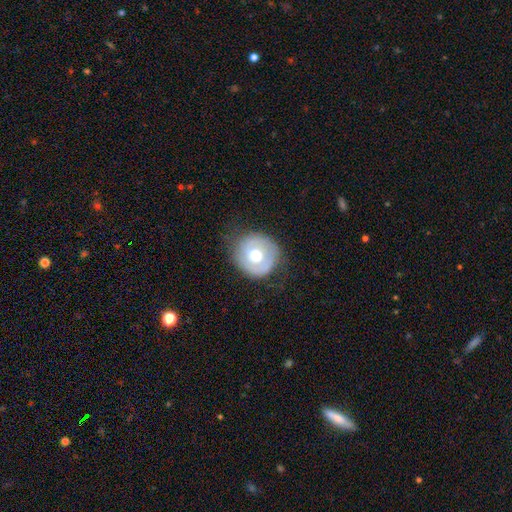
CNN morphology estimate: smooth_or_featured: featured or disk (p=0.47) [alt: smooth p=0.46]
merging: none (p=0.73) [alt: minor disturbance p=0.18]